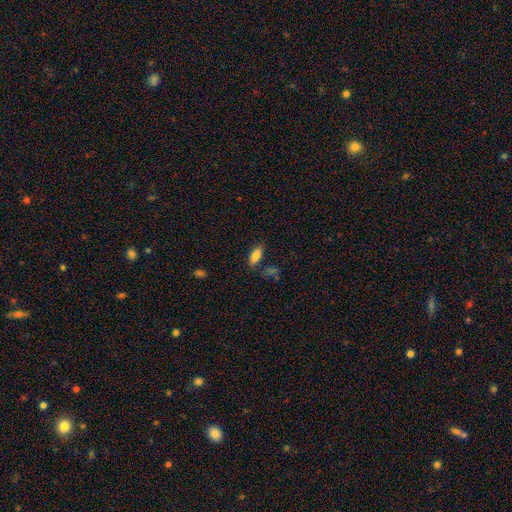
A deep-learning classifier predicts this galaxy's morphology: Smooth or featured? smooth (85%)
How rounded? in between (82%)
Merging? none (77%)